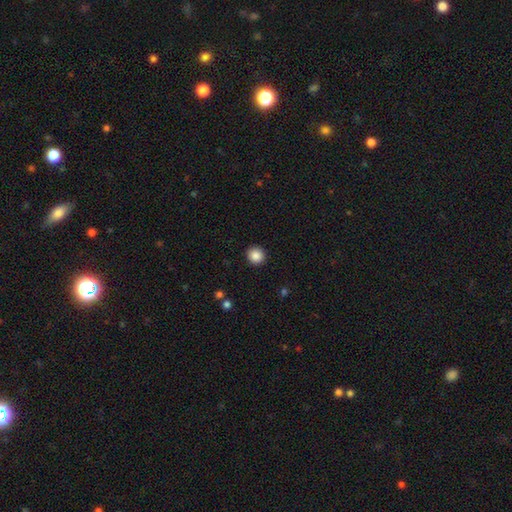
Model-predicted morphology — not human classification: Q: Smooth or featured?
A: smooth (87%); runner-up: star or artifact (9%)
Q: How rounded?
A: round (94%); runner-up: in between (5%)
Q: Merging?
A: none (93%); runner-up: minor disturbance (5%)